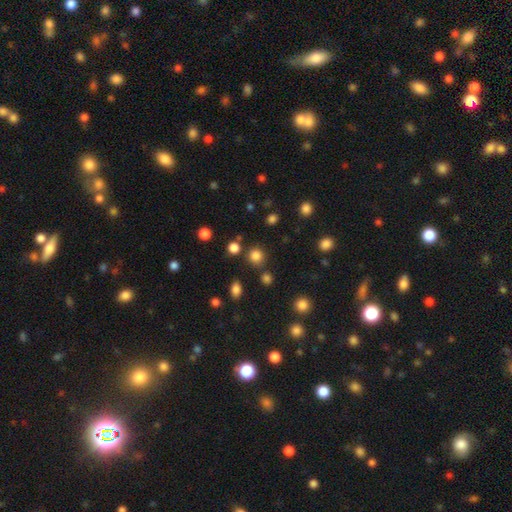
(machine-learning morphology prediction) Smooth or featured?
  - smooth: 82% *
  - star or artifact: 13%
  - featured or disk: 4%
How rounded?
  - round: 90% *
  - in between: 9%
  - cigar-shaped: 1%
Merging?
  - none: 83% *
  - minor disturbance: 8%
  - merger: 7%
  - major disturbance: 3%